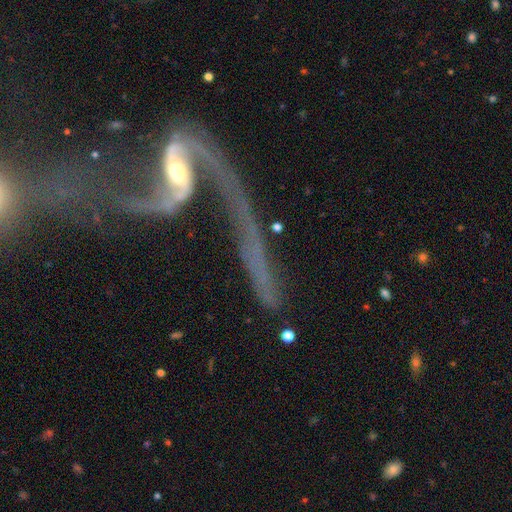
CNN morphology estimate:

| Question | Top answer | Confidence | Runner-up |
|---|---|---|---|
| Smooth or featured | featured or disk | 83% | smooth (9%) |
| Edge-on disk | no | 86% | yes (14%) |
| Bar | weak | 36% | strong (33%) |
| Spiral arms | yes | 87% | no (13%) |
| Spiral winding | loose | 75% | medium (17%) |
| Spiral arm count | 2 | 86% | 1 (6%) |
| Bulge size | moderate | 49% | small (38%) |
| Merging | none | 36% | major disturbance (32%) |